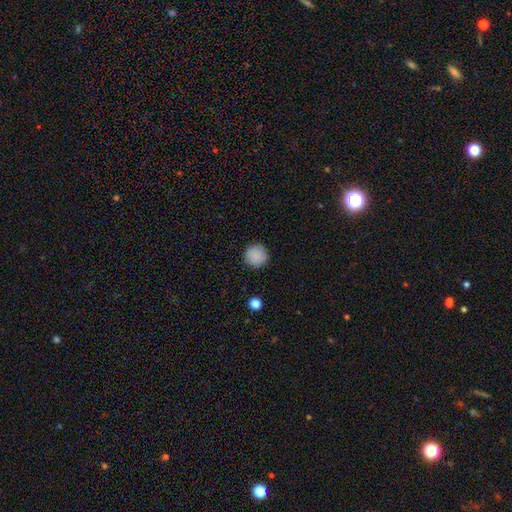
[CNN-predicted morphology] Smooth or featured? Predicted: smooth (p=0.89). How rounded? Predicted: round (p=0.96). Merging? Predicted: none (p=0.93).